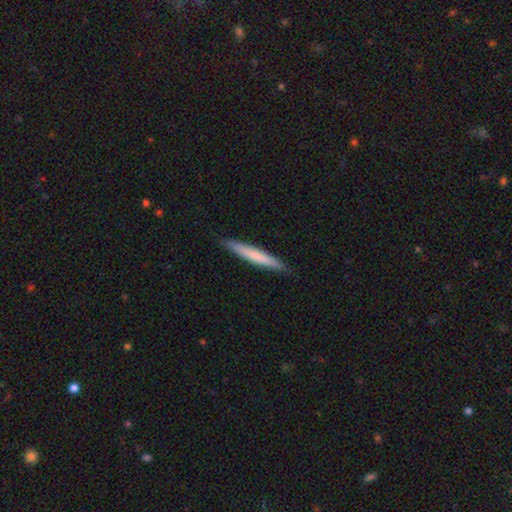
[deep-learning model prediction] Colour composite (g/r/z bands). It shows a smooth galaxy with no disk features (66%) that is cigar-shaped (96%). Merging: none (90%).